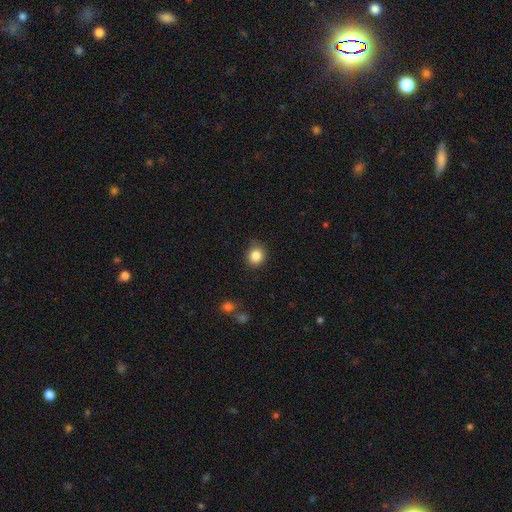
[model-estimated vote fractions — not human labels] Smooth or featured? smooth (85%)
How rounded? round (82%)
Merging? none (84%)